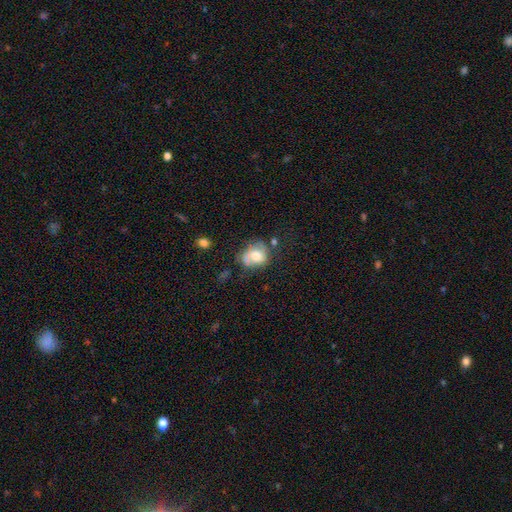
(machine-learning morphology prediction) A smooth galaxy with no disk features (57%) that is round (56%). Merging: none (42%).